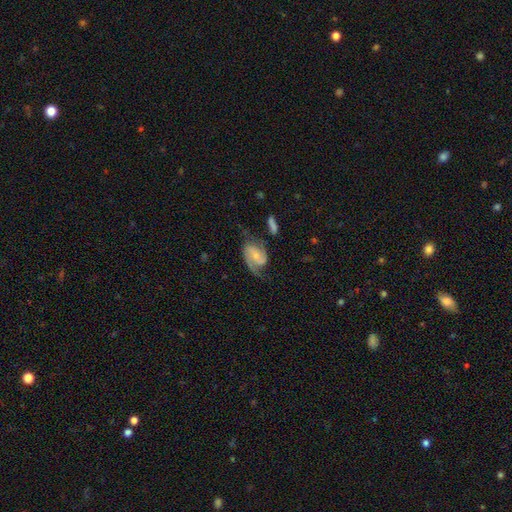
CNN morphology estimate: Smooth or featured? featured or disk (82%)
Edge-on disk? no (97%)
Bar? no (52%)
Spiral arms? yes (96%)
Spiral winding? medium (48%)
Spiral arm count? 2 (83%)
Bulge size? small (59%)
Merging? none (56%)